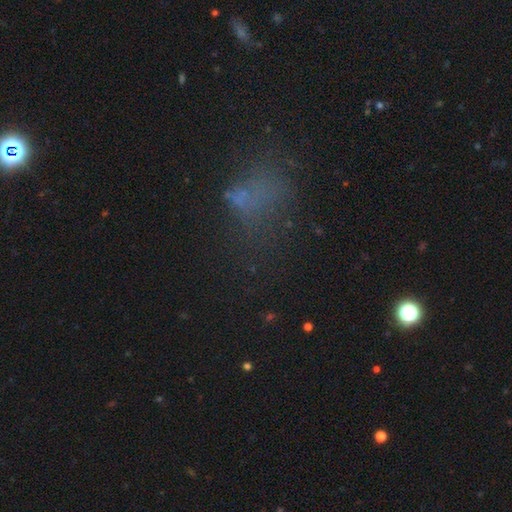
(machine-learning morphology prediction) smooth_or_featured: star or artifact (p=0.41) [alt: smooth p=0.39]